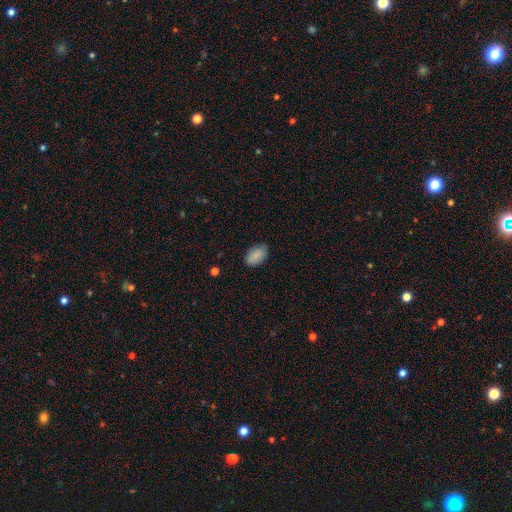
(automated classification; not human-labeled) Smooth or featured? Predicted: smooth (p=0.86). How rounded? Predicted: in between (p=0.92). Merging? Predicted: none (p=0.80).